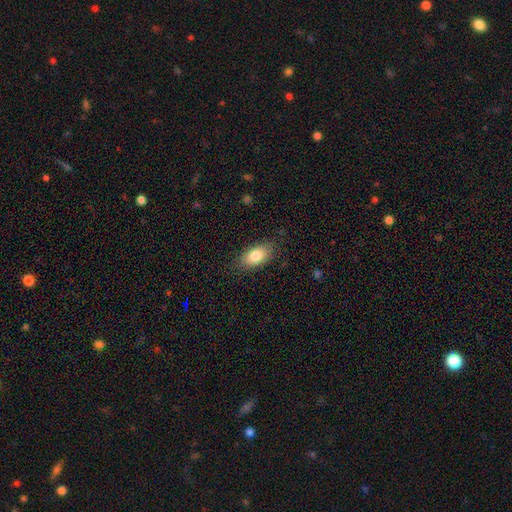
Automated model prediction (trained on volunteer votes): A smooth galaxy with no disk features (82%) that is in between round and cigar-shaped (90%).

Vote fractions:
- Smooth or featured? smooth: 82% / featured or disk: 11% / star or artifact: 7%
- How rounded? in between: 90% / cigar-shaped: 6% / round: 4%
- Merging? none: 83% / minor disturbance: 13% / major disturbance: 3% / merger: 1%